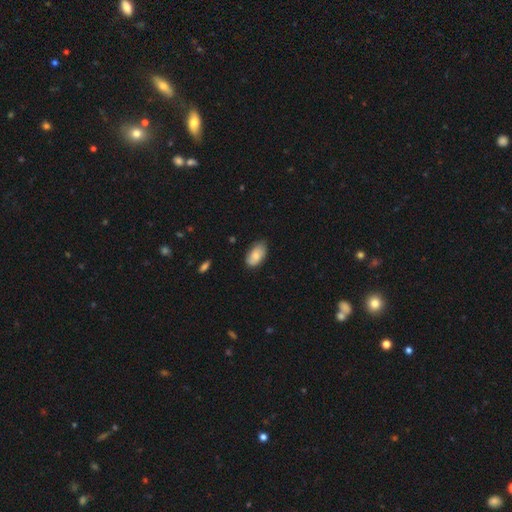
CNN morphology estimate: Smooth or featured?
  - smooth: 74% *
  - featured or disk: 20%
  - star or artifact: 7%
How rounded?
  - in between: 94% *
  - round: 5%
  - cigar-shaped: 2%
Merging?
  - none: 73% *
  - minor disturbance: 22%
  - major disturbance: 3%
  - merger: 1%